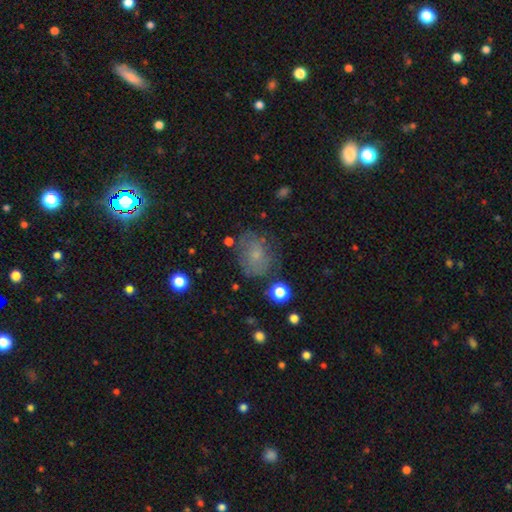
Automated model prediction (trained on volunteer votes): Smooth or featured? smooth (60%)
How rounded? round (51%)
Merging? none (63%)